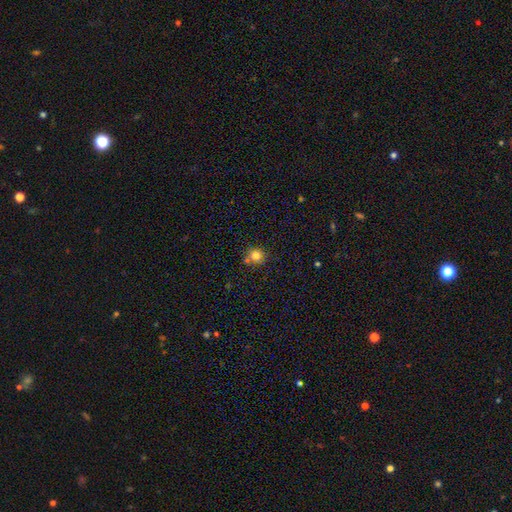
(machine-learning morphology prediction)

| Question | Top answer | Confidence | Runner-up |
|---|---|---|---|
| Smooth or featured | smooth | 79% | star or artifact (13%) |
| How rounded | round | 88% | in between (11%) |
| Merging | none | 71% | merger (14%) |